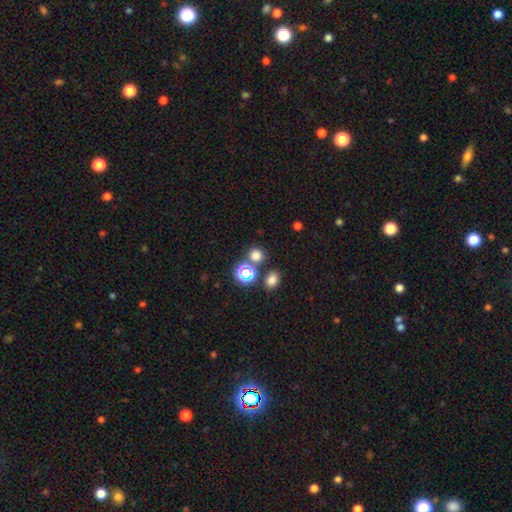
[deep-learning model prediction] Smooth or featured? Predicted: smooth (p=0.70). How rounded? Predicted: round (p=0.80). Merging? Predicted: none (p=0.73).